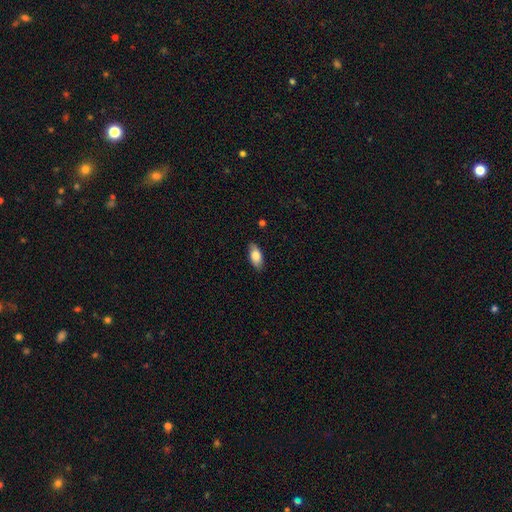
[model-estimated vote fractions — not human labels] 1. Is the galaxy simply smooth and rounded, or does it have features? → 81% smooth, 12% featured or disk, 7% star or artifact.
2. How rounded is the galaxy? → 88% in between, 9% cigar-shaped, 3% round.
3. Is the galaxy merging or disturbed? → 84% none, 13% minor disturbance, 2% major disturbance, 1% merger.